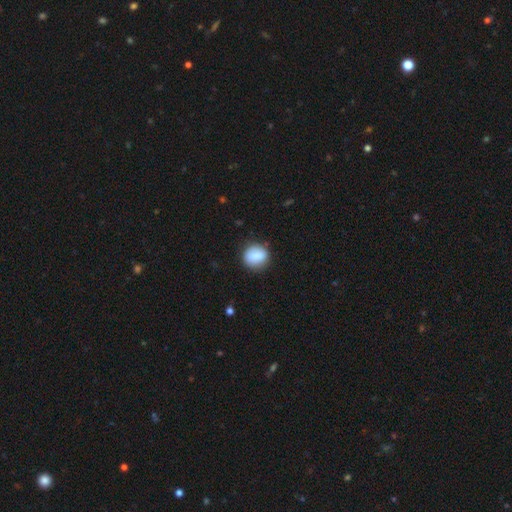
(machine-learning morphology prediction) smooth 81%, featured or disk 12%, star or artifact 7%. Down the decision tree: how rounded — round (74%); merging — none (80%).